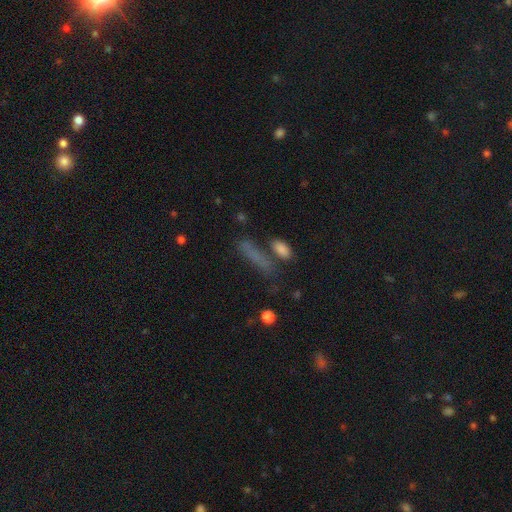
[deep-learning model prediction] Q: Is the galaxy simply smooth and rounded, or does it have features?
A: smooth — 62%.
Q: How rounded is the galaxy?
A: cigar-shaped — 70%.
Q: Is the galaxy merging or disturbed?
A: none — 59%.